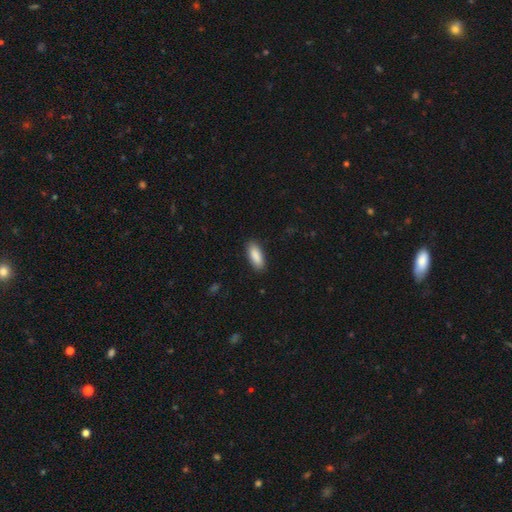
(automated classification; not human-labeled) Smooth or featured? smooth (89%)
How rounded? in between (75%)
Merging? none (88%)